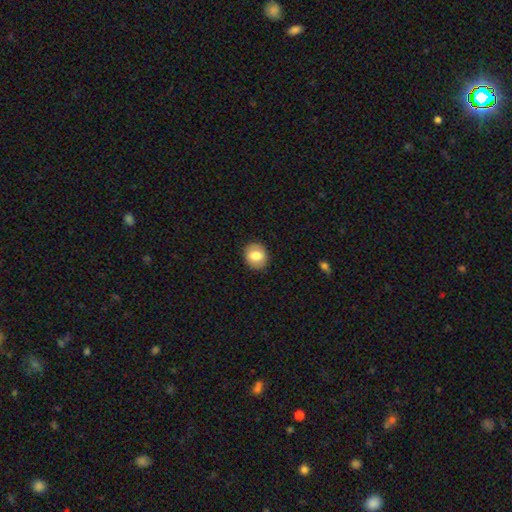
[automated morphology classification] Overall: smooth (76%). How rounded: round (69%; in between 30%). Merging: none (89%).